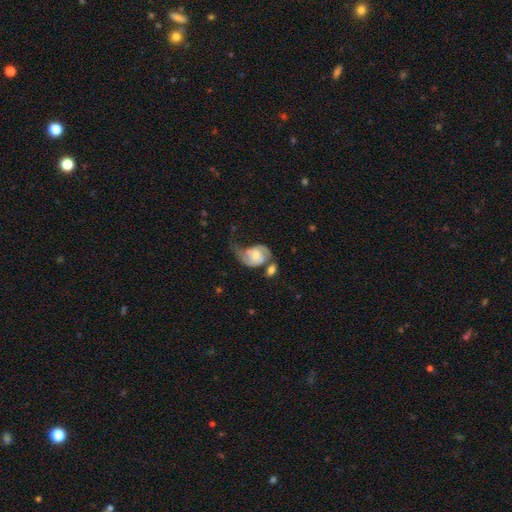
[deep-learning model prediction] Smooth or featured?
  - featured or disk: 71% *
  - smooth: 23%
  - star or artifact: 7%
Edge-on disk?
  - no: 98% *
  - yes: 2%
Bar?
  - no: 62% *
  - weak: 31%
  - strong: 7%
Spiral arms?
  - yes: 90% *
  - no: 10%
Spiral winding?
  - loose: 40% *
  - medium: 39%
  - tight: 21%
Spiral arm count?
  - 2: 70% *
  - 1: 18%
  - can't tell: 7%
  - 3: 2%
  - 4: 1%
  - more than 4: 1%
Bulge size?
  - small: 45% *
  - moderate: 35%
  - none: 11%
  - large: 6%
  - dominant: 2%
Merging?
  - major disturbance: 31% *
  - merger: 25%
  - none: 24%
  - minor disturbance: 20%